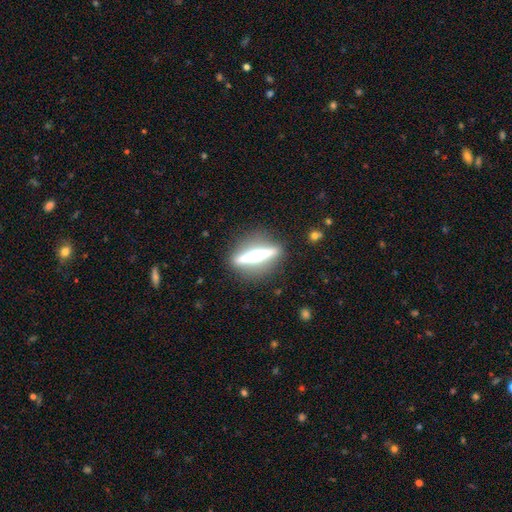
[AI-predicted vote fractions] Q: Smooth or featured?
A: featured or disk (73%); runner-up: smooth (20%)
Q: Edge-on disk?
A: yes (92%); runner-up: no (8%)
Q: Edge-on bulge?
A: rounded (75%); runner-up: boxy (13%)
Q: Merging?
A: none (87%); runner-up: minor disturbance (7%)